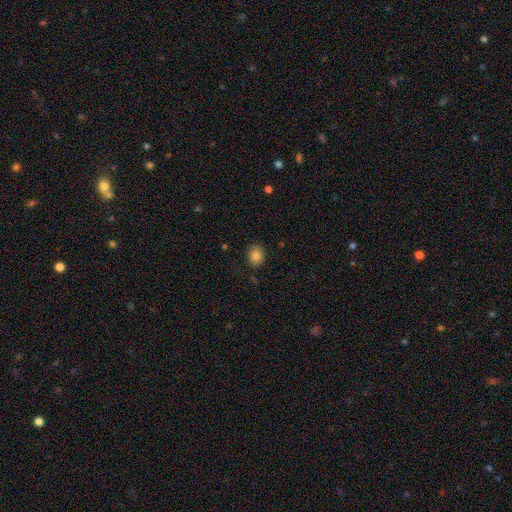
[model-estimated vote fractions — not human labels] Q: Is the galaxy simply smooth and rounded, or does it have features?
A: smooth — 83%.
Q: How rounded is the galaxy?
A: round — 64%.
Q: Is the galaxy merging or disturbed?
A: none — 87%.